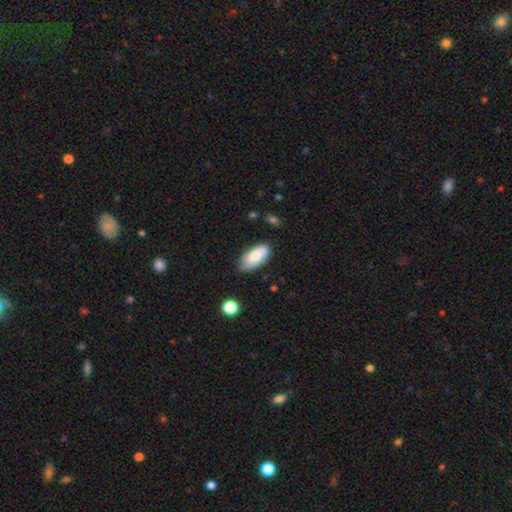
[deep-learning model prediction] Q: Smooth or featured?
A: smooth (83%); runner-up: featured or disk (10%)
Q: How rounded?
A: in between (90%); runner-up: cigar-shaped (8%)
Q: Merging?
A: none (76%); runner-up: minor disturbance (19%)